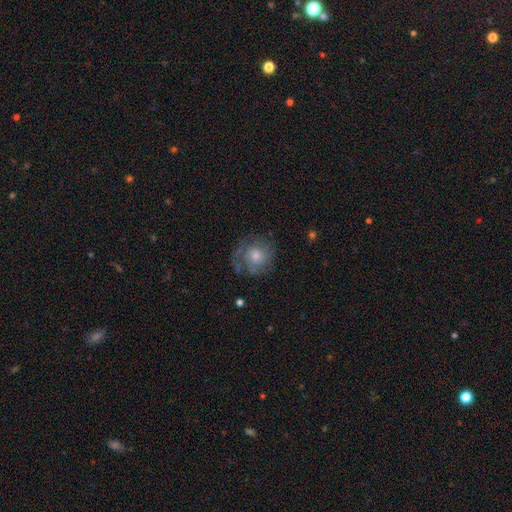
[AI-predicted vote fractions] This appears to be a featured or disk galaxy (55%) with no bar (81%), spiral arms (79%) and a moderate central bulge (56%). Merging: none (68%).